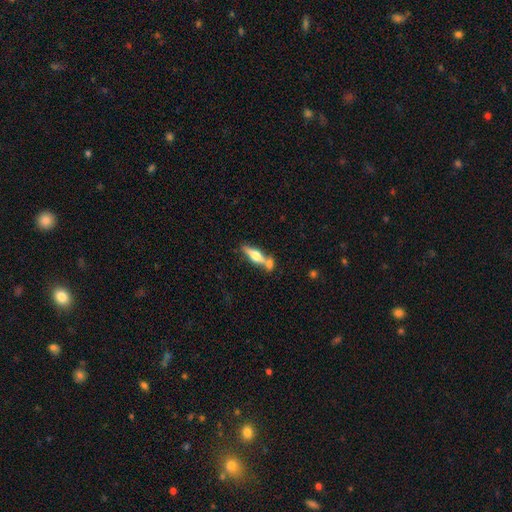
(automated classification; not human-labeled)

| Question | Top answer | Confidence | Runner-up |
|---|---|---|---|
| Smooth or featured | featured or disk | 51% | smooth (42%) |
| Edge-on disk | yes | 89% | no (11%) |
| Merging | none | 48% | merger (36%) |